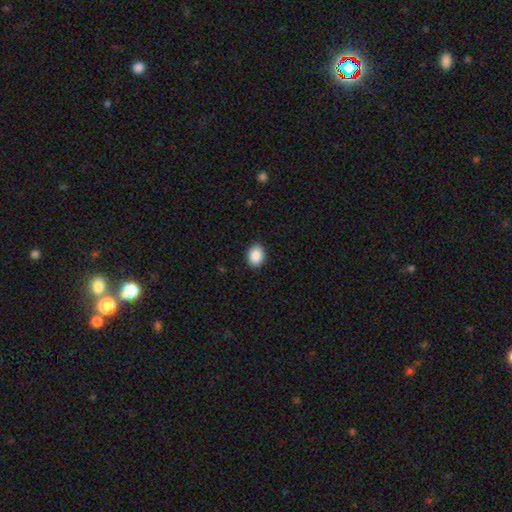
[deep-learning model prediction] smooth-or-featured: smooth: 89% | star or artifact: 8% | featured or disk: 3%
  how-rounded: in between: 69% | round: 30% | cigar-shaped: 1%
  merging: none: 88% | minor disturbance: 9% | major disturbance: 2% | merger: 1%